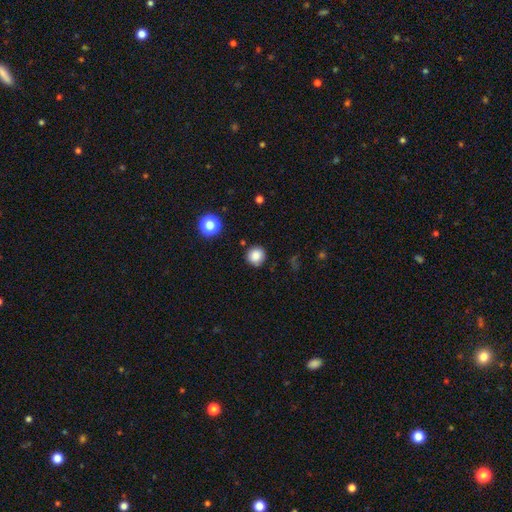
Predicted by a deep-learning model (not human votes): smooth 85%, star or artifact 11%, featured or disk 4%. Down the decision tree: how rounded — round (92%); merging — none (88%).